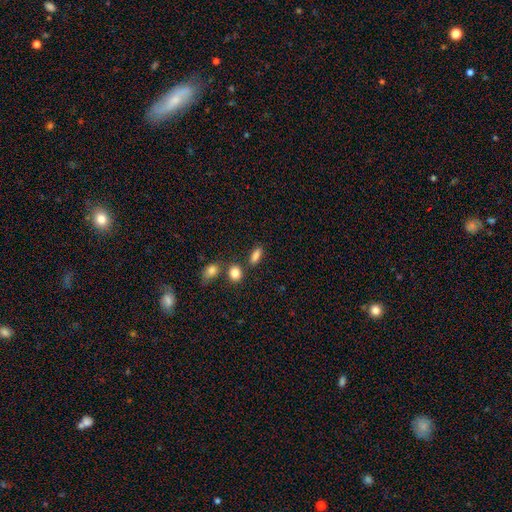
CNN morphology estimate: A smooth galaxy with no disk features (83%) that is in between round and cigar-shaped (70%). Merging: none (74%).